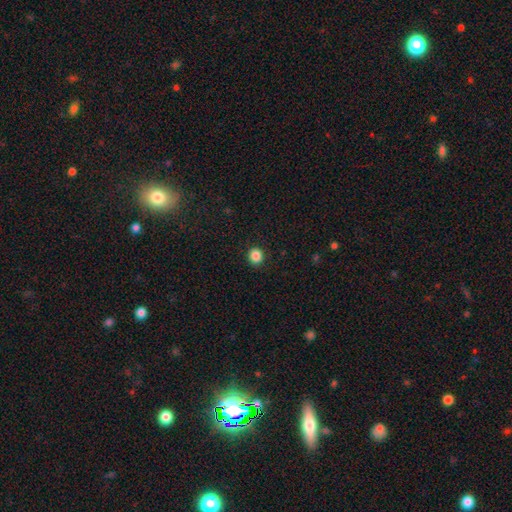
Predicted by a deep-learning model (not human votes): Smooth or featured: smooth — 86% (star or artifact — 11%)
How rounded: round — 89% (in between — 10%)
Merging: none — 91% (minor disturbance — 6%)